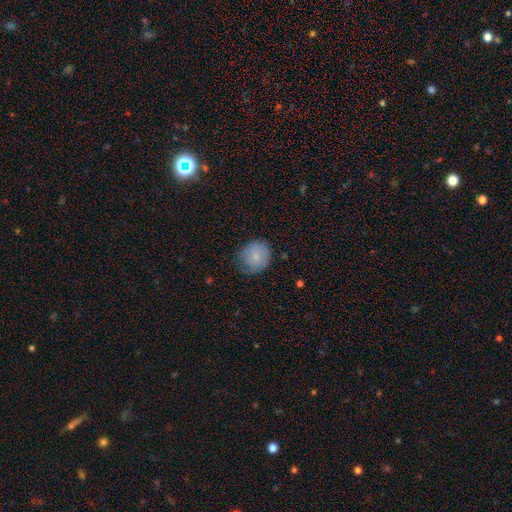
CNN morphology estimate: Smooth or featured: smooth — 81% (featured or disk — 12%)
How rounded: round — 78% (in between — 21%)
Merging: none — 68% (minor disturbance — 24%)